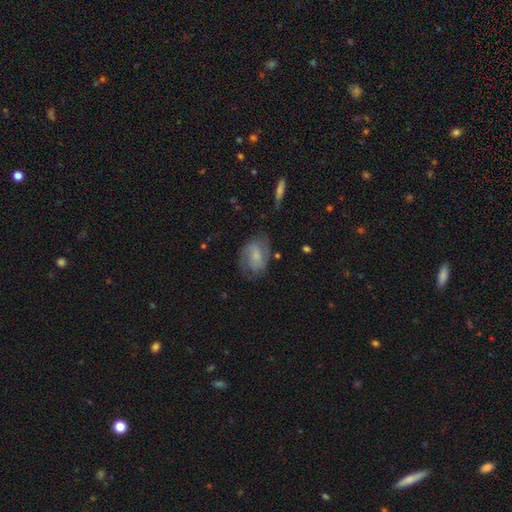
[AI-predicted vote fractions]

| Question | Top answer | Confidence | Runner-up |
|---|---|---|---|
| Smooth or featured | featured or disk | 61% | smooth (31%) |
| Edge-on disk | no | 96% | yes (4%) |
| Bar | weak | 44% | no (43%) |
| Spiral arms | yes | 87% | no (13%) |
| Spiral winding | medium | 48% | tight (31%) |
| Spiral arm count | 2 | 79% | can't tell (13%) |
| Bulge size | small | 55% | moderate (30%) |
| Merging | none | 64% | minor disturbance (22%) |